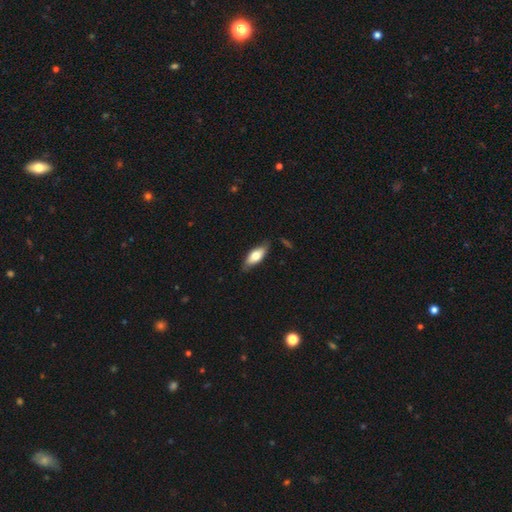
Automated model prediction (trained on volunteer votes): smooth_or_featured: smooth (p=0.68) [alt: featured or disk p=0.26]
how_rounded: in between (p=0.78) [alt: cigar-shaped p=0.20]
merging: none (p=0.77) [alt: minor disturbance p=0.18]